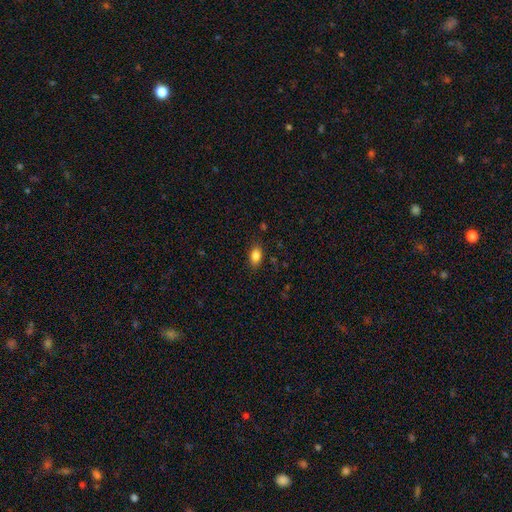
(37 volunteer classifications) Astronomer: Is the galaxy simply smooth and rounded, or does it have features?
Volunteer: smooth — 92%.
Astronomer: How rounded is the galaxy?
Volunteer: in between — 91%.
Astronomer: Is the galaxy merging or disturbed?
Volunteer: none — 66%.